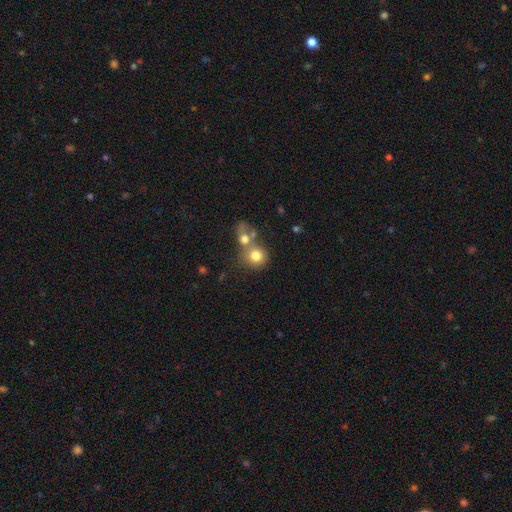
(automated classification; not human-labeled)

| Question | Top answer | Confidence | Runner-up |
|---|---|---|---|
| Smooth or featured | smooth | 76% | featured or disk (13%) |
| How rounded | round | 83% | in between (16%) |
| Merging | merger | 47% | none (40%) |